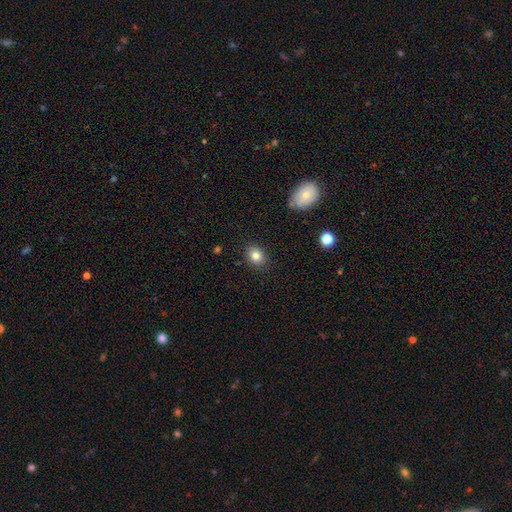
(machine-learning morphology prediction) smooth_or_featured: smooth (p=0.82) [alt: star or artifact p=0.10]
how_rounded: in between (p=0.51) [alt: round p=0.48]
merging: none (p=0.88) [alt: minor disturbance p=0.09]